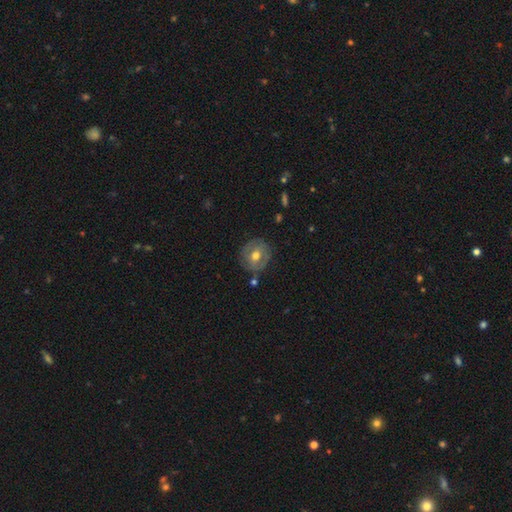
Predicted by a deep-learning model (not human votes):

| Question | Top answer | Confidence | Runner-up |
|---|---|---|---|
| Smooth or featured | featured or disk | 50% | smooth (43%) |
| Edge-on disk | no | 95% | yes (5%) |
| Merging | none | 78% | minor disturbance (15%) |